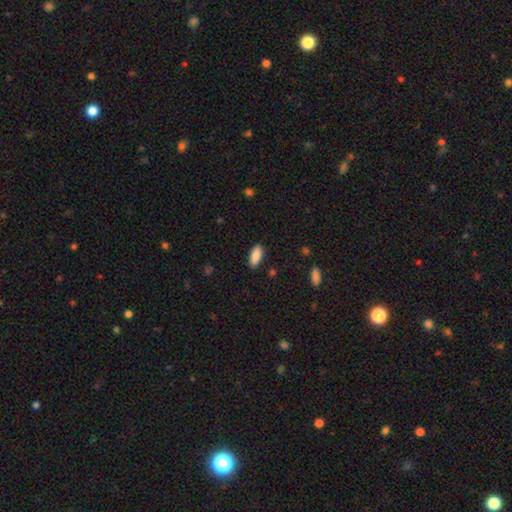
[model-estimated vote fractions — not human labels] smooth_or_featured: smooth (p=0.89) [alt: star or artifact p=0.06]
how_rounded: in between (p=0.81) [alt: cigar-shaped p=0.18]
merging: none (p=0.87) [alt: minor disturbance p=0.10]